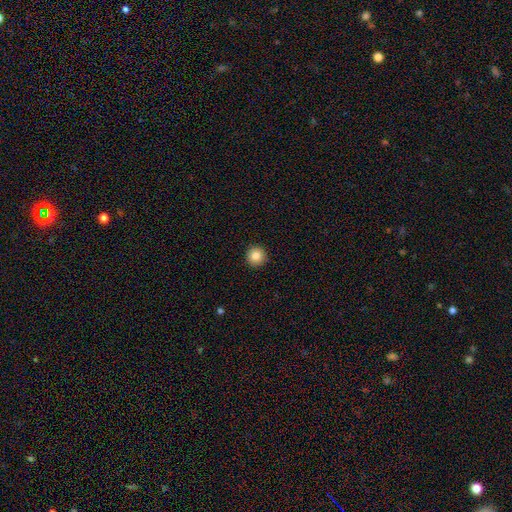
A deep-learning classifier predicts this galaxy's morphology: smooth_or_featured: smooth (p=0.84) [alt: star or artifact p=0.10]
how_rounded: round (p=0.96) [alt: in between p=0.03]
merging: none (p=0.93) [alt: minor disturbance p=0.05]